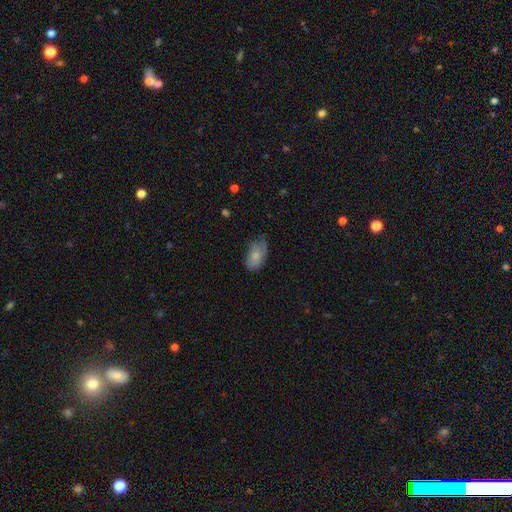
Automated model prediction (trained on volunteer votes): smooth 74%, featured or disk 19%, star or artifact 7%. Down the decision tree: how rounded — in between (92%); merging — none (49%).